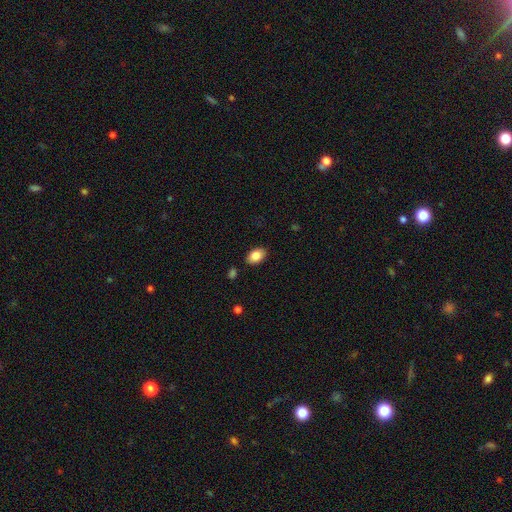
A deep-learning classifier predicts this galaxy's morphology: Smooth or featured? Predicted: smooth (p=0.84). How rounded? Predicted: in between (p=0.87). Merging? Predicted: none (p=0.86).